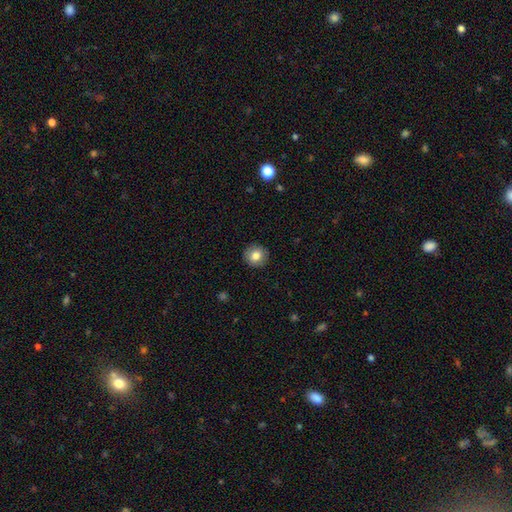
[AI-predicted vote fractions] Smooth or featured?
  - smooth: 80% *
  - featured or disk: 11%
  - star or artifact: 9%
How rounded?
  - round: 90% *
  - in between: 9%
  - cigar-shaped: 1%
Merging?
  - none: 90% *
  - minor disturbance: 7%
  - major disturbance: 2%
  - merger: 1%